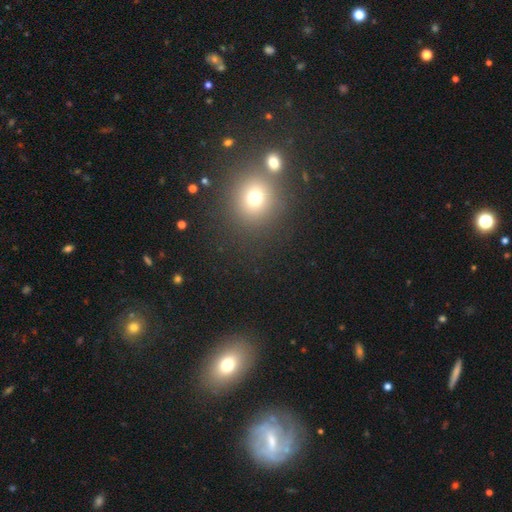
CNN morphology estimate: smooth-or-featured: smooth: 55% | star or artifact: 34% | featured or disk: 12%
  how-rounded: round: 80% | in between: 19% | cigar-shaped: 2%
  merging: none: 81% | minor disturbance: 8% | merger: 7% | major disturbance: 4%